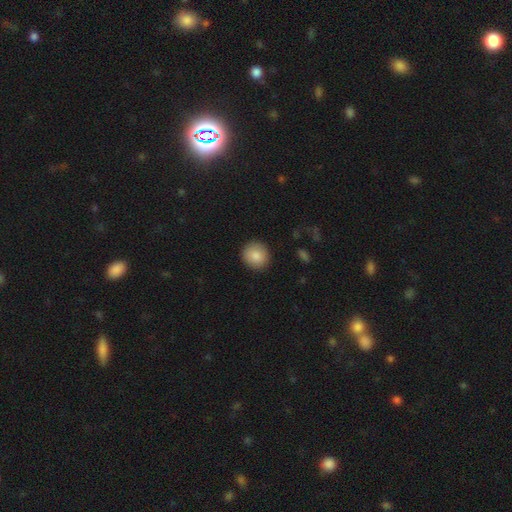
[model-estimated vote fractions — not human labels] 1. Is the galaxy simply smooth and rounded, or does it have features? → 85% smooth, 8% star or artifact, 7% featured or disk.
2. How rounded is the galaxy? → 91% round, 8% in between, 1% cigar-shaped.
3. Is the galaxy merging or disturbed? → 90% none, 7% minor disturbance, 2% major disturbance, 1% merger.